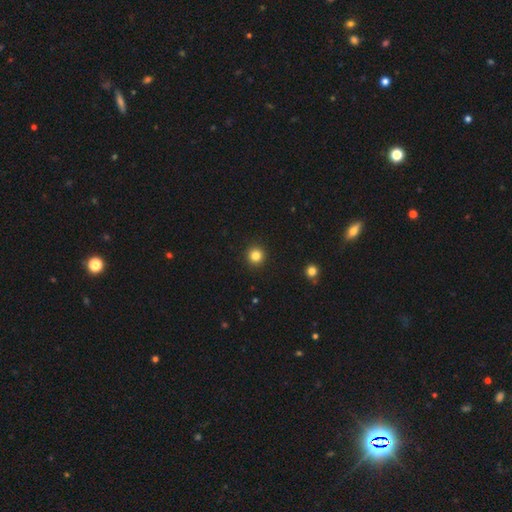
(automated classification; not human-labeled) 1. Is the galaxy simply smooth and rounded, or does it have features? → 83% smooth, 12% star or artifact, 5% featured or disk.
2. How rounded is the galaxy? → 95% round, 4% in between, 1% cigar-shaped.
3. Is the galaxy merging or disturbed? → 93% none, 4% minor disturbance, 1% major disturbance, 1% merger.